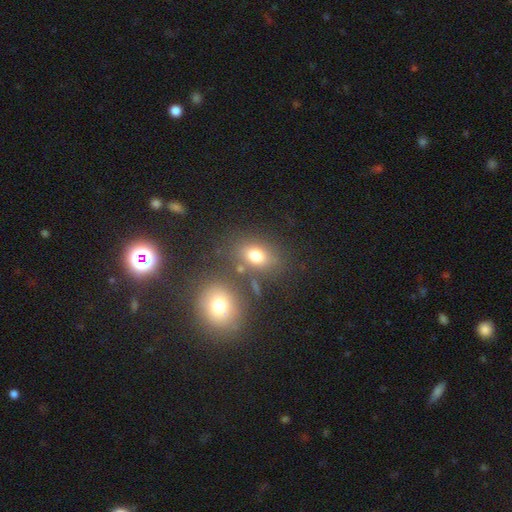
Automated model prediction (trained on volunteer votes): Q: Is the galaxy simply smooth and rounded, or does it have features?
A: smooth — 74%.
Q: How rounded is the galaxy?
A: in between — 65%.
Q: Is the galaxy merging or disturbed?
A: none — 67%.